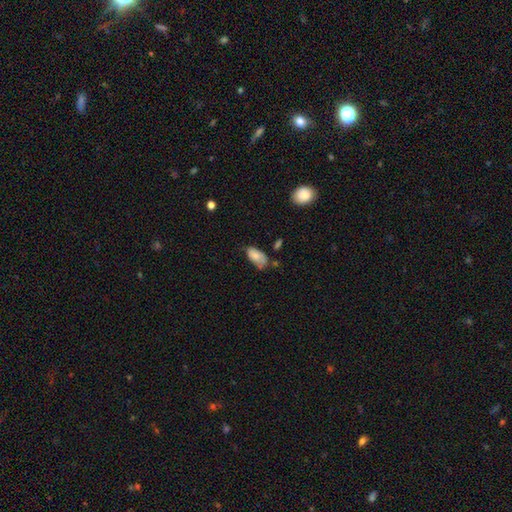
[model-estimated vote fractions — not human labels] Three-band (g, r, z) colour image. It shows a smooth galaxy with no disk features (78%) that is in between round and cigar-shaped (93%). Merging: none (41%, tied with minor disturbance).